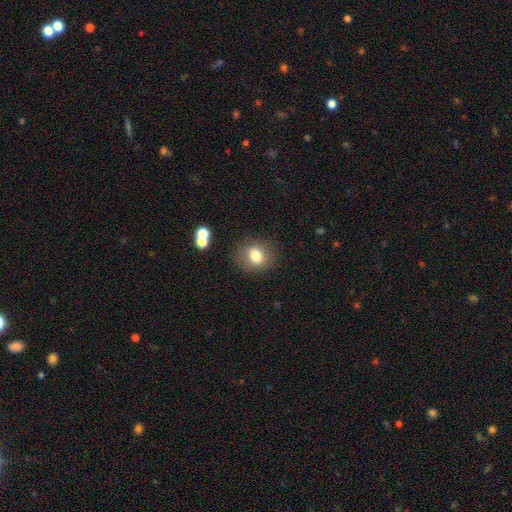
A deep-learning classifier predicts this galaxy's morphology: A smooth galaxy with no disk features (78%) that is round (65%).

Vote fractions:
- Smooth or featured? smooth: 78% / featured or disk: 12% / star or artifact: 11%
- How rounded? round: 65% / in between: 34% / cigar-shaped: 1%
- Merging? none: 81% / minor disturbance: 11% / major disturbance: 4% / merger: 3%